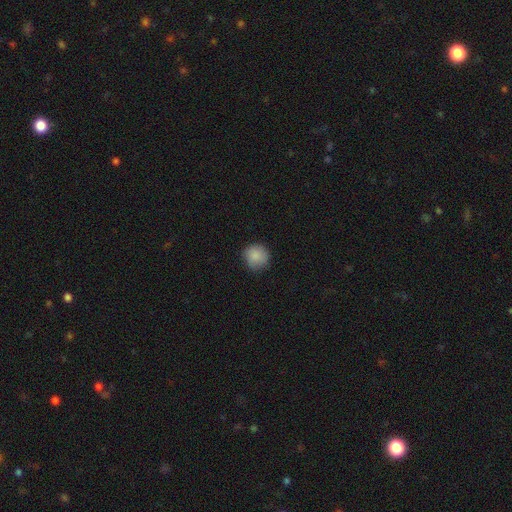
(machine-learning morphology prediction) This appears to be a smooth galaxy with no disk features (88%) that is round (93%). Merging: none (85%).